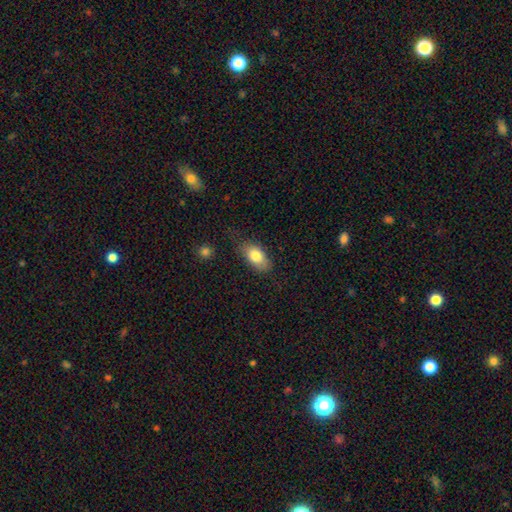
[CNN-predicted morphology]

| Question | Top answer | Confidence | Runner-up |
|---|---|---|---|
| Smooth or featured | smooth | 79% | featured or disk (14%) |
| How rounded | in between | 89% | round (7%) |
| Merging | none | 64% | minor disturbance (25%) |